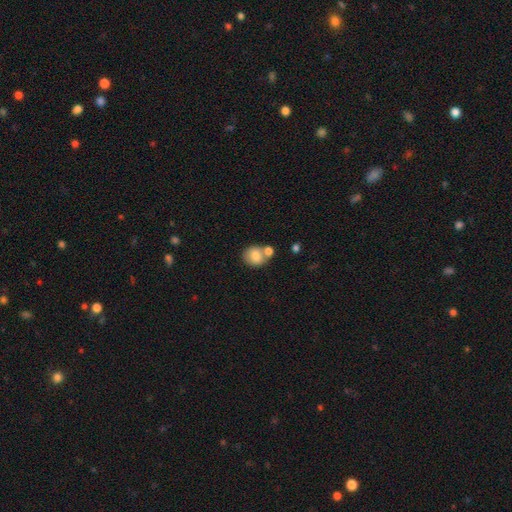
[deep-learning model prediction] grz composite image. It shows a smooth galaxy with no disk features (78%) that is round (67%). Merging: none (46%).